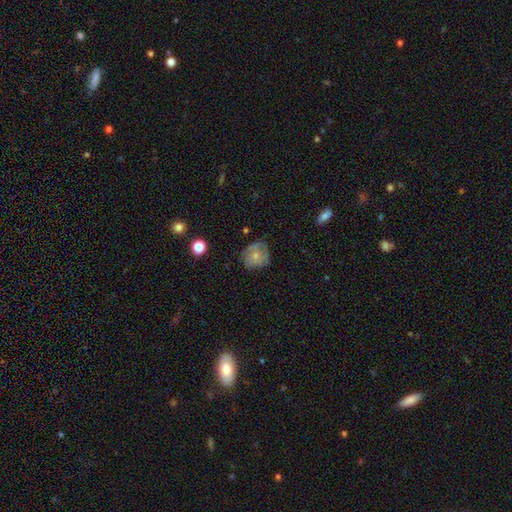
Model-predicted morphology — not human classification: The model was most divided on "smooth or featured": smooth: 60%, featured or disk: 31%, star or artifact: 9%. More confident: how rounded — round (75%); merging — none (63%).